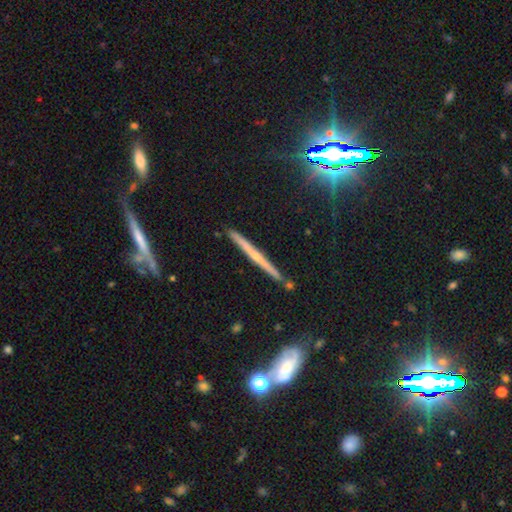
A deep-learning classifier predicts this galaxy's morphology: The model was most divided on "edge-on bulge": none: 49%, rounded: 43%, boxy: 8%. More confident: edge-on disk — yes (96%); merging — none (85%); smooth or featured — featured or disk (64%).